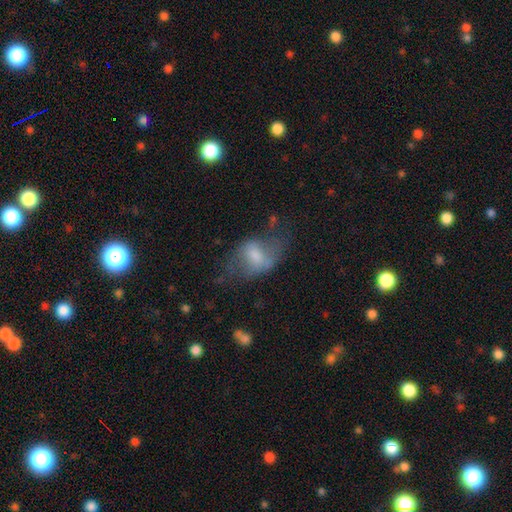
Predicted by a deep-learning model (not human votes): Smooth or featured: featured or disk — 45% (tied with smooth — 45%)
Merging: none — 39% (major disturbance — 32%)